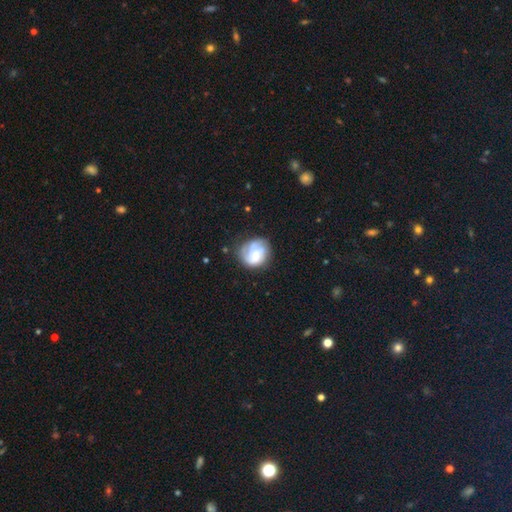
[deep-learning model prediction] Overall: featured or disk (57%; smooth 35%). Edge-on disk: no (98%). Bar: no (62%; weak 31%). Spiral arms: yes (81%). Bulge size: moderate (56%; small 34%). Merging: none (62%; minor disturbance 24%).